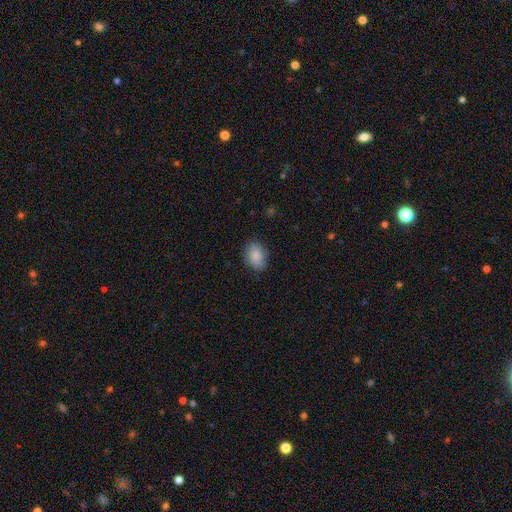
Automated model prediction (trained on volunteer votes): smooth_or_featured: smooth (p=0.86) [alt: star or artifact p=0.07]
how_rounded: in between (p=0.74) [alt: round p=0.25]
merging: none (p=0.83) [alt: minor disturbance p=0.13]